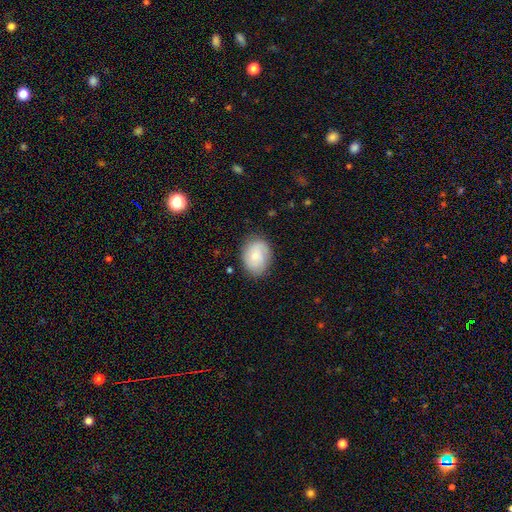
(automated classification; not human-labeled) smooth-or-featured: smooth: 58% | featured or disk: 35% | star or artifact: 7%
  how-rounded: in between: 61% | round: 38% | cigar-shaped: 1%
  merging: none: 77% | minor disturbance: 17% | major disturbance: 5% | merger: 1%